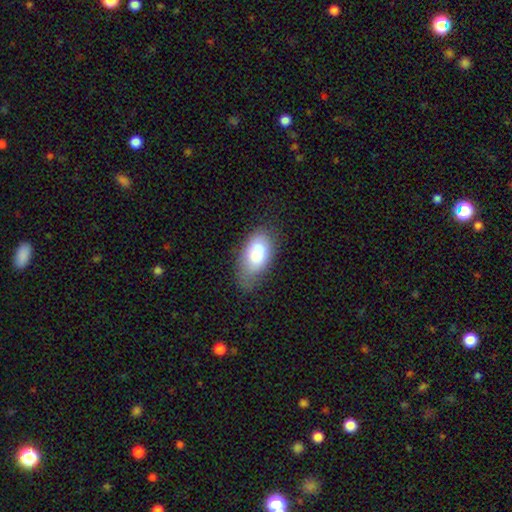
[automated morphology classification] Smooth or featured: smooth — 75% (featured or disk — 18%)
How rounded: in between — 92% (cigar-shaped — 4%)
Merging: none — 56% (minor disturbance — 31%)